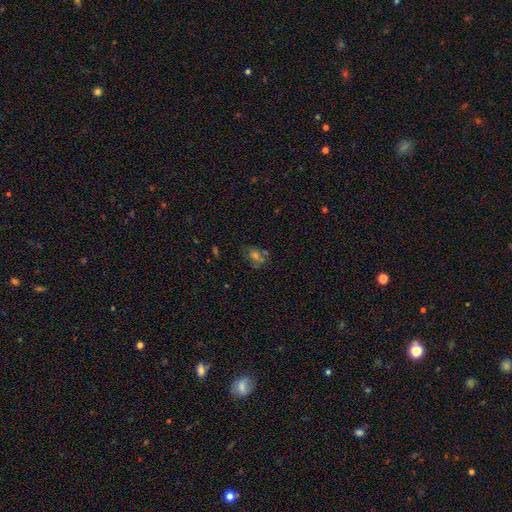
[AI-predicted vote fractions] This is marginally a smooth galaxy (40%). Merging: possibly none (58%).